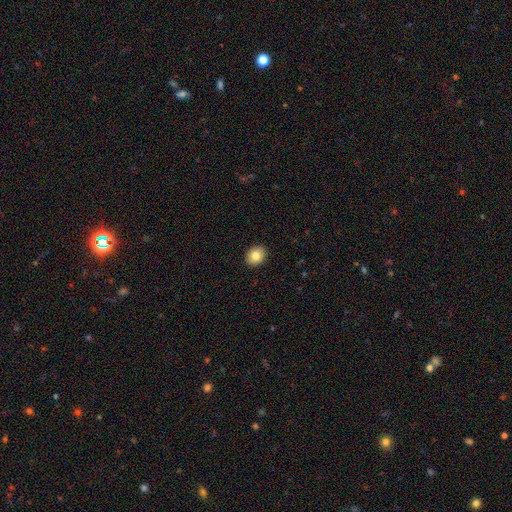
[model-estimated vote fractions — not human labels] This is clearly a smooth galaxy (83%). How rounded: possibly round (53%). Merging: clearly none (91%).